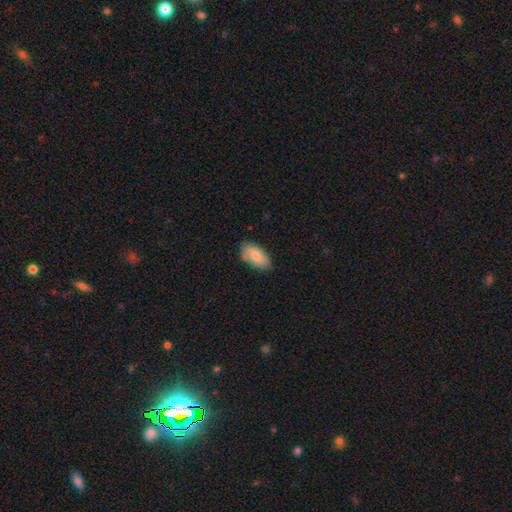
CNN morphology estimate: Overall: smooth (80%). How rounded: in between (94%). Merging: none (76%).